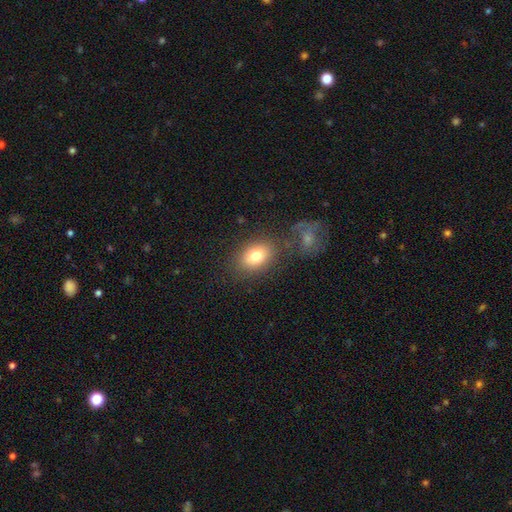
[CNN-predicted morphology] smooth_or_featured: smooth (p=0.79) [alt: featured or disk p=0.12]
how_rounded: in between (p=0.73) [alt: round p=0.25]
merging: none (p=0.75) [alt: minor disturbance p=0.12]